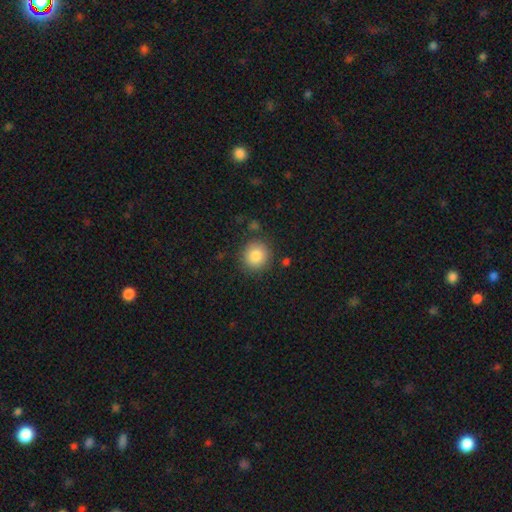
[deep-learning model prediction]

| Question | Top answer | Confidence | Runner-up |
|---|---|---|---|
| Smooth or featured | smooth | 85% | star or artifact (9%) |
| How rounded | round | 92% | in between (7%) |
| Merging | none | 87% | minor disturbance (8%) |